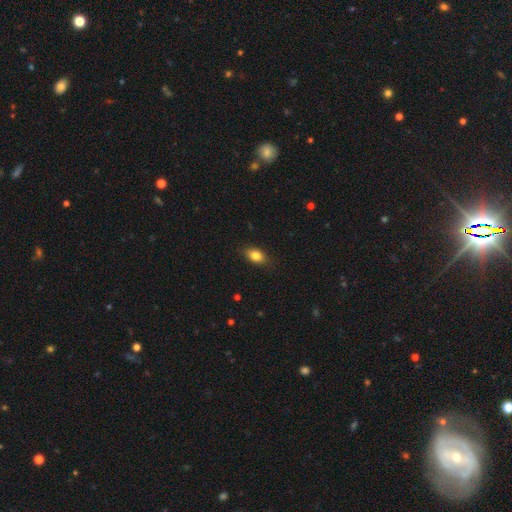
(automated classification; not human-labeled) smooth_or_featured: smooth (p=0.83) [alt: star or artifact p=0.09]
how_rounded: in between (p=0.83) [alt: round p=0.14]
merging: none (p=0.84) [alt: minor disturbance p=0.12]